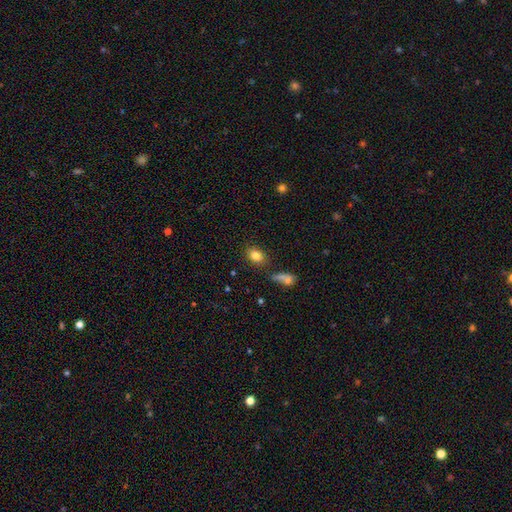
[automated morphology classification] A smooth galaxy with no disk features (82%) that is in between round and cigar-shaped (69%).

Vote fractions:
- Smooth or featured? smooth: 82% / star or artifact: 10% / featured or disk: 8%
- How rounded? in between: 69% / round: 29% / cigar-shaped: 2%
- Merging? none: 79% / minor disturbance: 11% / merger: 6% / major disturbance: 4%